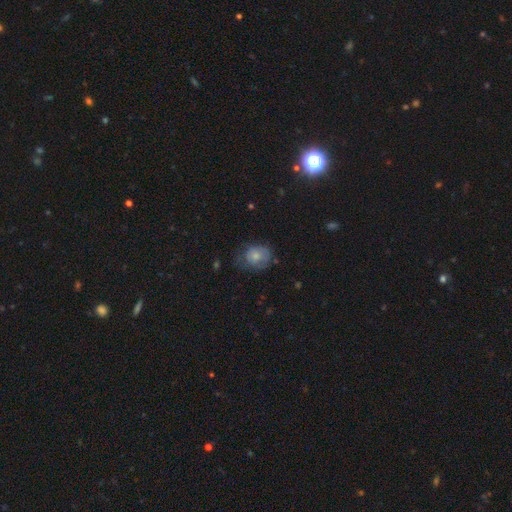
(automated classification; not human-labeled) A smooth galaxy with no disk features (68%) that is round (57%). Merging: none (48%).